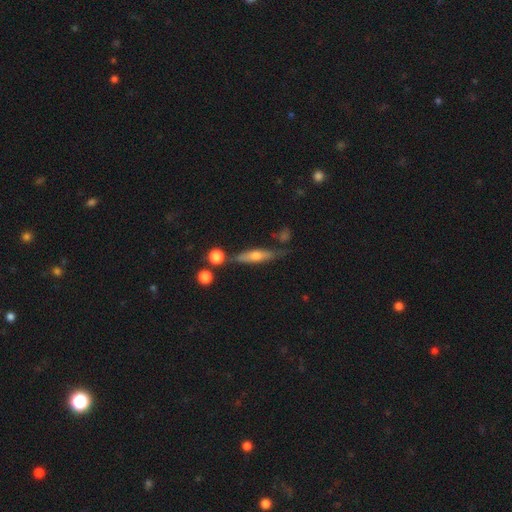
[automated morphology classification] Q: Smooth or featured?
A: featured or disk (49%); runner-up: smooth (43%)
Q: Merging?
A: none (67%); runner-up: minor disturbance (18%)